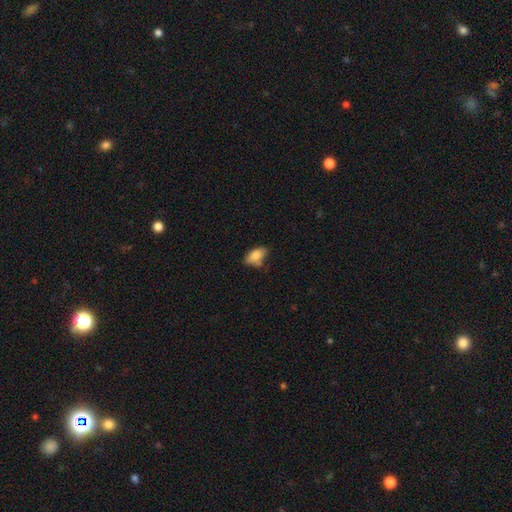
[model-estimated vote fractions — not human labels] This is clearly a smooth galaxy (80%). How rounded: clearly in between (90%). Merging: possibly none (57%).